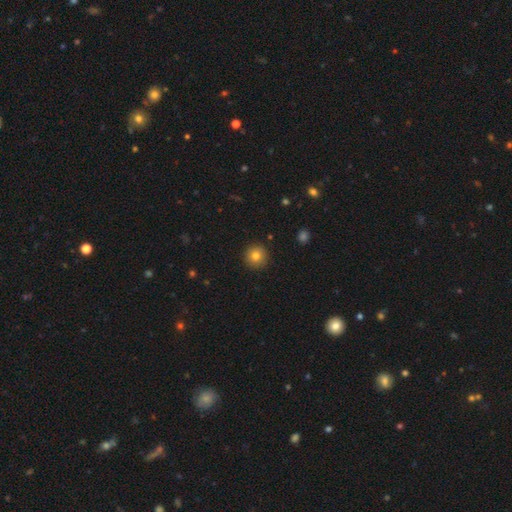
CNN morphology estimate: This appears to be a smooth galaxy with no disk features (80%) that is round (95%). Merging: none (92%).